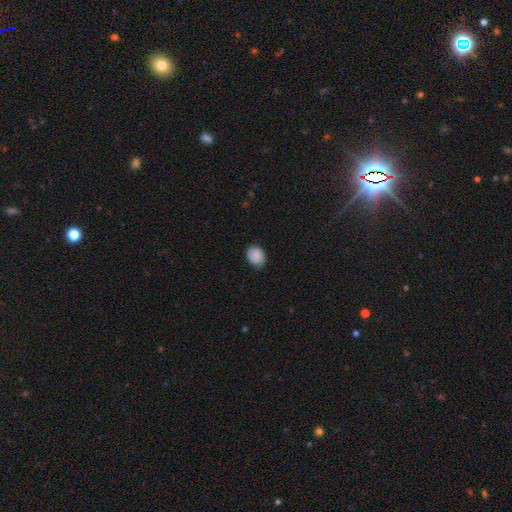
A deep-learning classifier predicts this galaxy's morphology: A smooth galaxy with no disk features (83%) that is in between round and cigar-shaped (58%). Merging: none (74%).